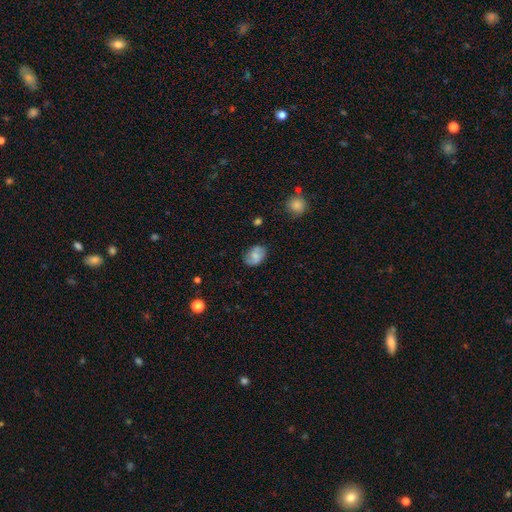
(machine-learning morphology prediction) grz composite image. It shows a smooth galaxy with no disk features (65%) that is in between round and cigar-shaped (80%). Merging: none (75%).